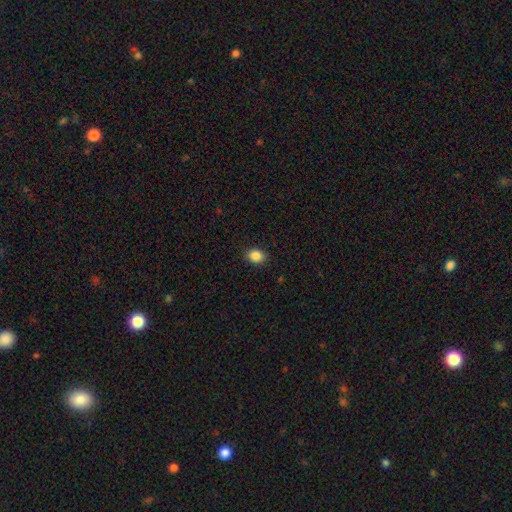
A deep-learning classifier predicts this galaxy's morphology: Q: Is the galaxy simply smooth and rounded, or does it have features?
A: smooth — 86%.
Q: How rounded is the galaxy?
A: in between — 50%.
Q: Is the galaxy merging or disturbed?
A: none — 89%.